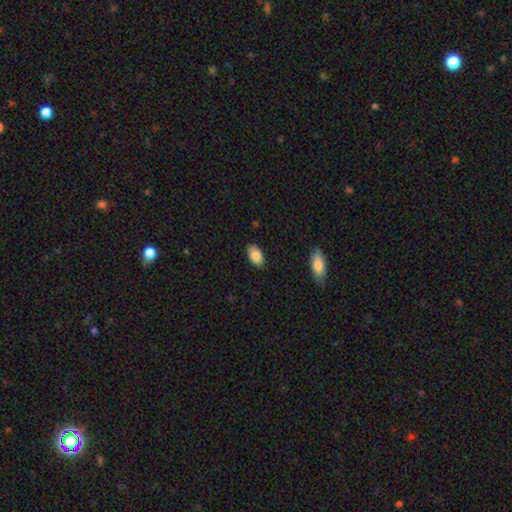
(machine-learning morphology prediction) A smooth galaxy with no disk features (86%) that is in between round and cigar-shaped (94%).

Vote fractions:
- Smooth or featured? smooth: 86% / featured or disk: 7% / star or artifact: 7%
- How rounded? in between: 94% / round: 4% / cigar-shaped: 2%
- Merging? none: 86% / minor disturbance: 10% / major disturbance: 2% / merger: 1%